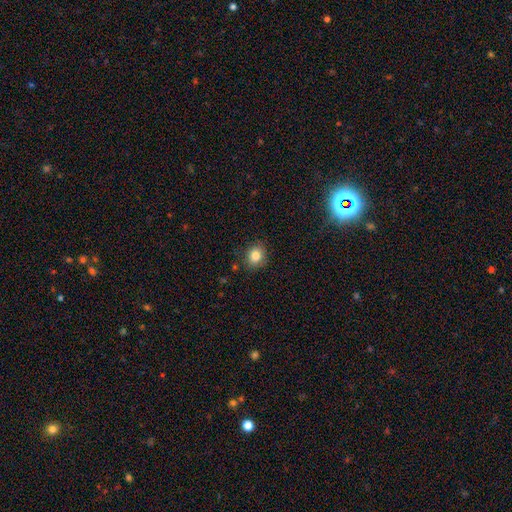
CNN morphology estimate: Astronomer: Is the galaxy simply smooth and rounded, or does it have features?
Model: smooth — 83%.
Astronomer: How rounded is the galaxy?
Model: round — 65%.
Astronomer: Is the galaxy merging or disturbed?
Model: none — 86%.